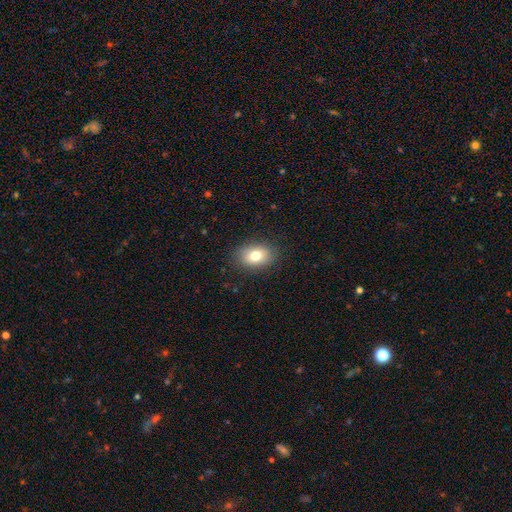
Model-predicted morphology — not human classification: Smooth or featured? smooth (78%)
How rounded? in between (79%)
Merging? none (87%)